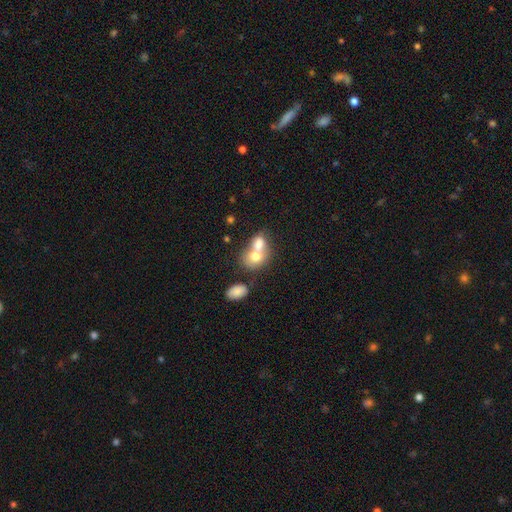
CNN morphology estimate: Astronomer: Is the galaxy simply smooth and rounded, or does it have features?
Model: smooth — 71%.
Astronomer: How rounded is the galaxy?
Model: in between — 53% (runner-up: round, 46%).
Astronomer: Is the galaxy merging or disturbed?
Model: merger — 73%.